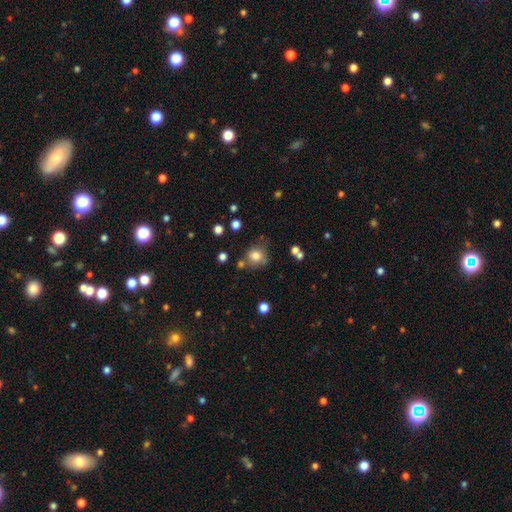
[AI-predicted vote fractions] This appears to be a smooth galaxy with no disk features (80%) that is round (80%). Merging: none (63%).